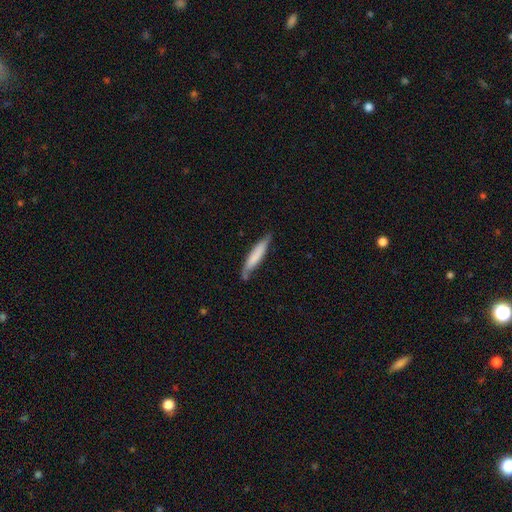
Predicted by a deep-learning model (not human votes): This appears to be a smooth galaxy with no disk features (71%) that is cigar-shaped (90%). Merging: none (74%).